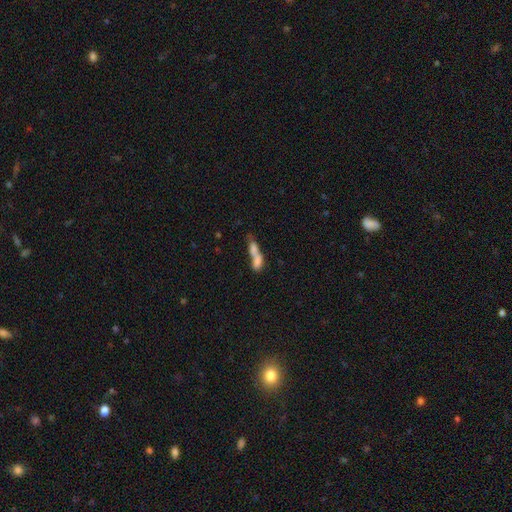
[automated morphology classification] type=smooth (62%); roundness=cigar-shaped (57%); merging=merger (62%).